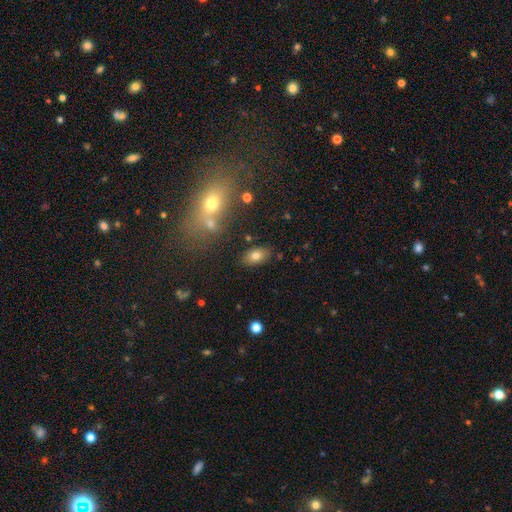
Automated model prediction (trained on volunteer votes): Overall: smooth (78%). How rounded: in between (89%). Merging: none (82%).